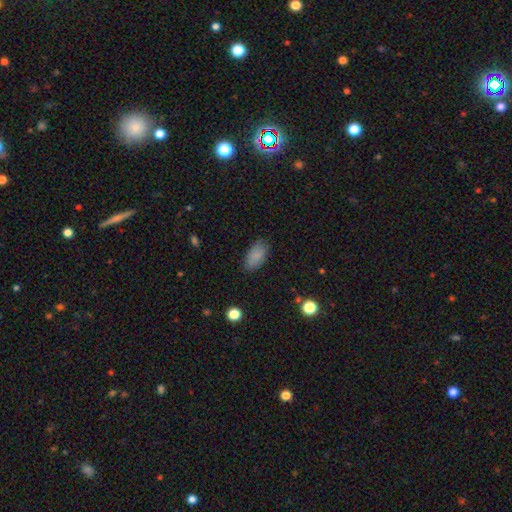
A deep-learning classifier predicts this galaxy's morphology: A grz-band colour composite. It shows a smooth galaxy with no disk features (84%) that is in between round and cigar-shaped (93%). Merging: none (84%).